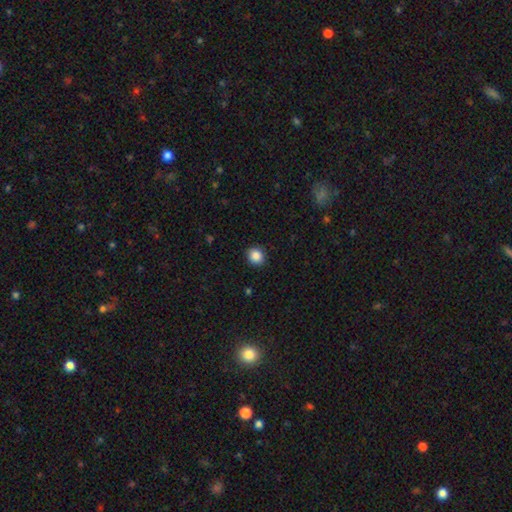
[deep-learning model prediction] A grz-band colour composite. It shows a smooth galaxy with no disk features (87%) that is round (86%). Merging: none (91%).